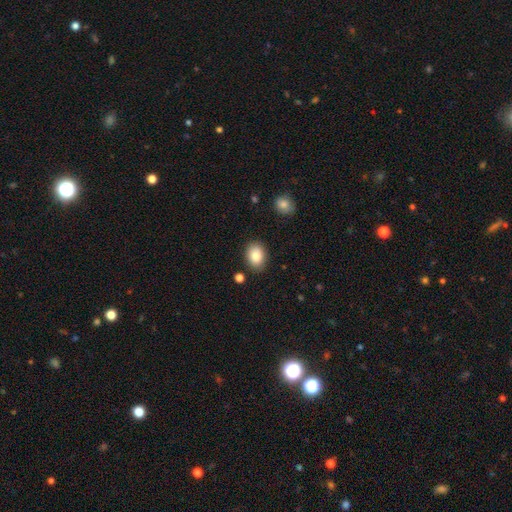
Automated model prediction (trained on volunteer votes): smooth-or-featured: smooth: 85% | star or artifact: 8% | featured or disk: 7%
  how-rounded: in between: 76% | round: 23% | cigar-shaped: 1%
  merging: none: 85% | minor disturbance: 10% | major disturbance: 2% | merger: 2%